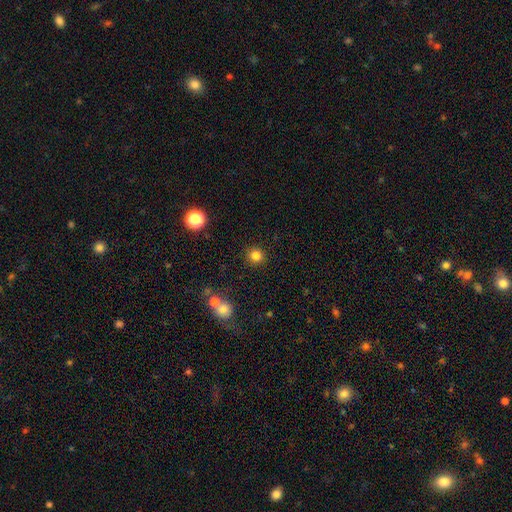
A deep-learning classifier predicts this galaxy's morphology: Smooth or featured: smooth — 82% (star or artifact — 13%)
How rounded: round — 93% (in between — 6%)
Merging: none — 90% (minor disturbance — 6%)